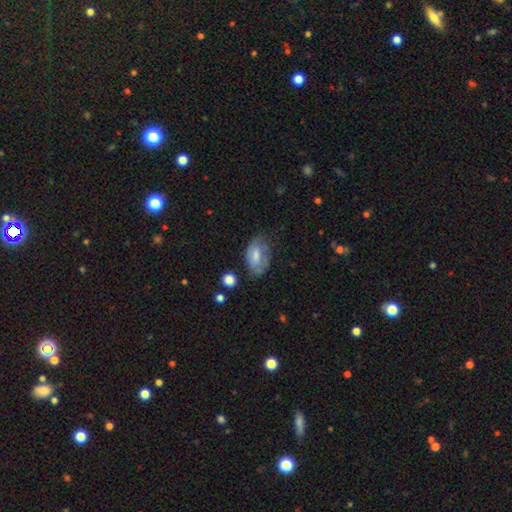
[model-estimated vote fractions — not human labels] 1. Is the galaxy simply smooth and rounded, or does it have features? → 62% smooth, 30% featured or disk, 7% star or artifact.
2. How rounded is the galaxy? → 89% in between, 9% round, 2% cigar-shaped.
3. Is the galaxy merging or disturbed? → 51% none, 33% minor disturbance, 14% major disturbance, 2% merger.